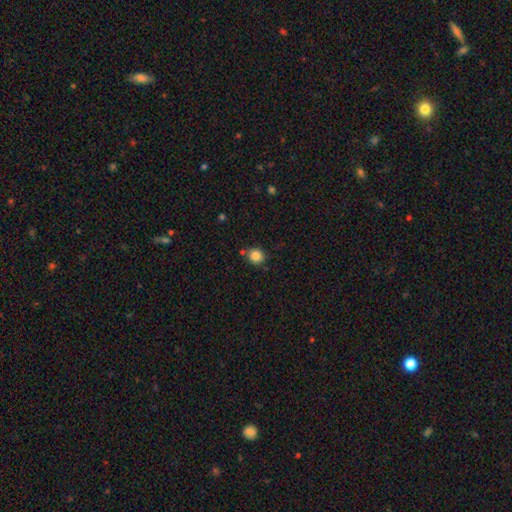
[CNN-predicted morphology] Smooth or featured? Predicted: smooth (p=0.85). How rounded? Predicted: round (p=0.87). Merging? Predicted: none (p=0.80).